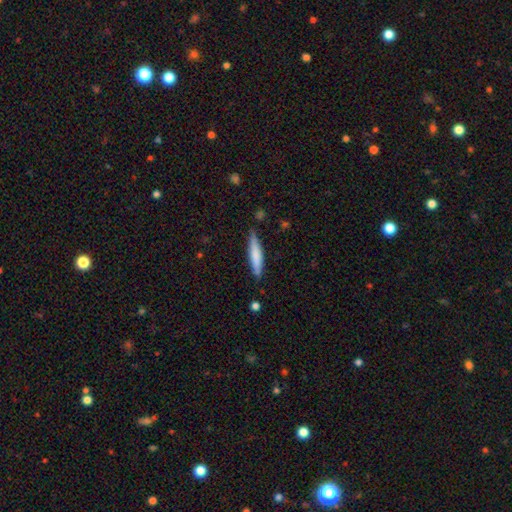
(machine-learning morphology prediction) Smooth or featured: smooth — 70% (featured or disk — 24%)
How rounded: cigar-shaped — 86% (in between — 13%)
Merging: none — 82% (minor disturbance — 14%)